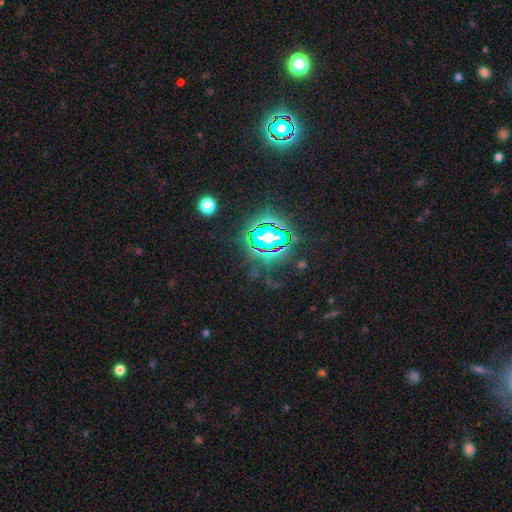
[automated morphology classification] Smooth or featured? Predicted: star or artifact (p=0.81).